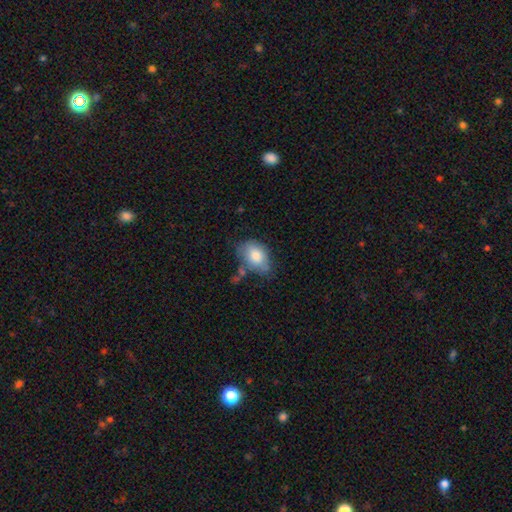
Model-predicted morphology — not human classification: A smooth galaxy with no disk features (78%) that is in between round and cigar-shaped (86%). Merging: none (44%).